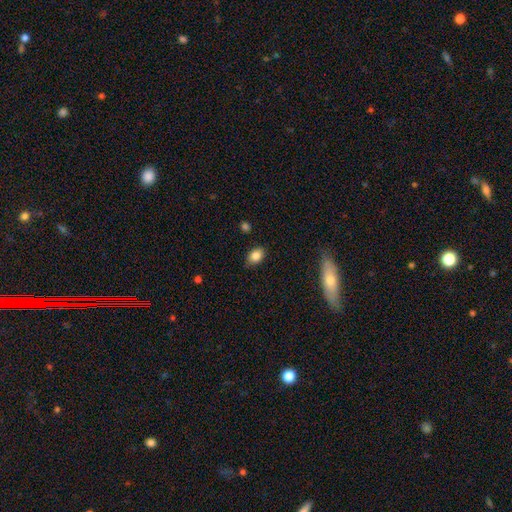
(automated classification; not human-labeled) Smooth or featured?
  - smooth: 84% *
  - star or artifact: 8%
  - featured or disk: 7%
How rounded?
  - in between: 82% *
  - round: 16%
  - cigar-shaped: 2%
Merging?
  - none: 83% *
  - minor disturbance: 12%
  - major disturbance: 3%
  - merger: 2%